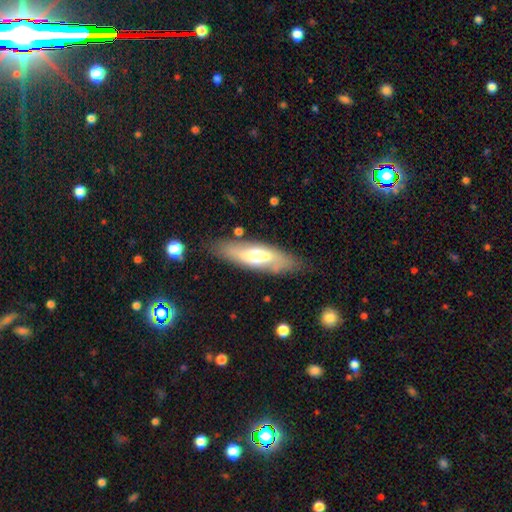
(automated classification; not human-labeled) This appears to be a smooth galaxy with no disk features (50%) that is in between round and cigar-shaped (52%). Merging: none (73%).